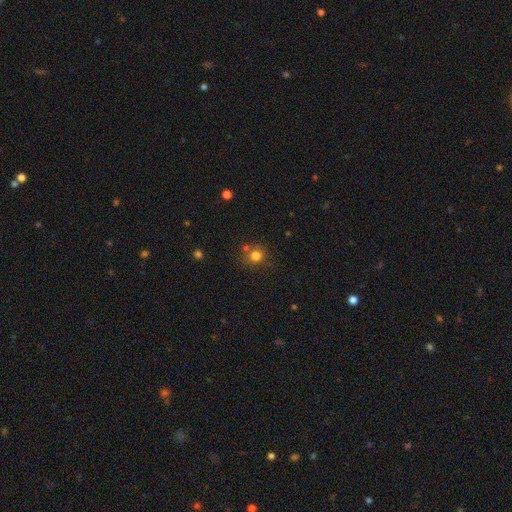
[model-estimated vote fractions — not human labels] A smooth galaxy with no disk features (77%) that is round (87%).

Vote fractions:
- Smooth or featured? smooth: 77% / star or artifact: 15% / featured or disk: 8%
- How rounded? round: 87% / in between: 13% / cigar-shaped: 1%
- Merging? none: 66% / merger: 16% / minor disturbance: 13% / major disturbance: 5%